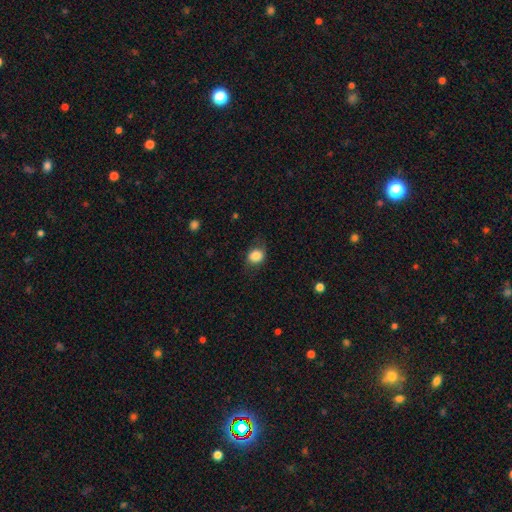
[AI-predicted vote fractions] This appears to be a smooth galaxy with no disk features (84%) that is round (60%). Merging: none (71%).